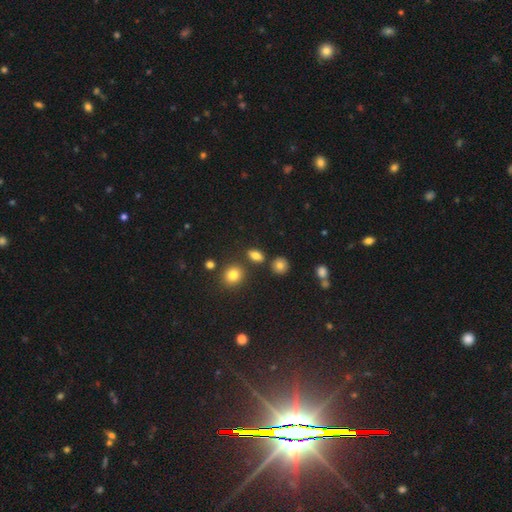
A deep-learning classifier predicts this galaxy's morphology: smooth-or-featured: smooth: 81% | star or artifact: 12% | featured or disk: 7%
  how-rounded: in between: 65% | round: 30% | cigar-shaped: 5%
  merging: none: 80% | minor disturbance: 10% | merger: 7% | major disturbance: 3%